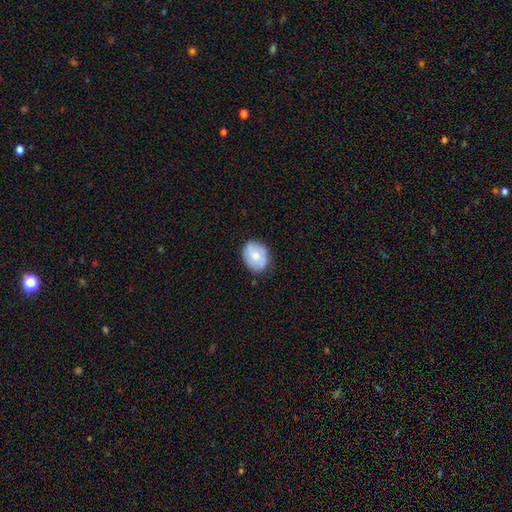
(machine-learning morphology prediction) Smooth or featured? smooth (63%)
How rounded? in between (57%)
Merging? none (77%)